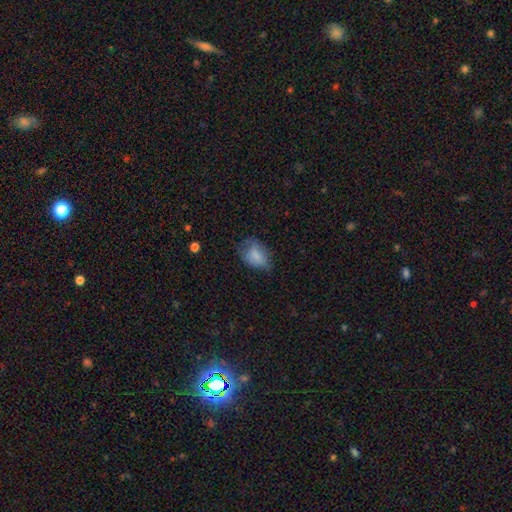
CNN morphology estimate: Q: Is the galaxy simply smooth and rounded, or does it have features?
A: smooth — 77%.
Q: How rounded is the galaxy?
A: in between — 79%.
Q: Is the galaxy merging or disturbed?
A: none — 46%.